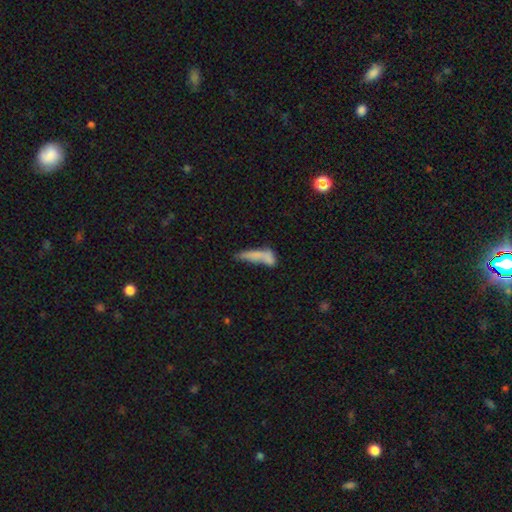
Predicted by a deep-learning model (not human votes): smooth-or-featured: smooth: 67% | featured or disk: 22% | star or artifact: 11%
  how-rounded: cigar-shaped: 73% | in between: 24% | round: 3%
  merging: none: 35% | merger: 28% | minor disturbance: 21% | major disturbance: 17%